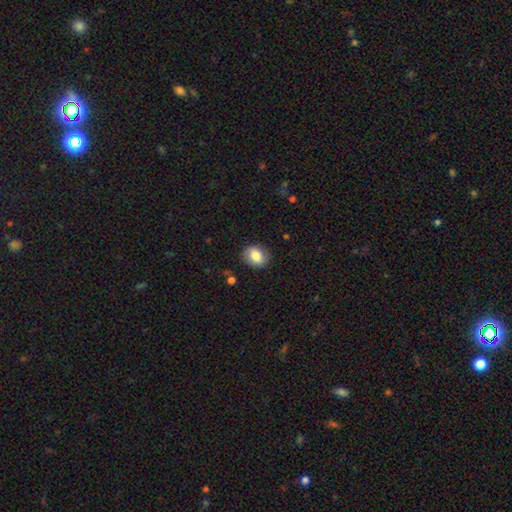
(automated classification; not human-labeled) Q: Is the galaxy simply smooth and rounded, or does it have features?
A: smooth — 79%.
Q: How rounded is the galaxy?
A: round — 51%.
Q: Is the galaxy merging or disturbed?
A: none — 85%.